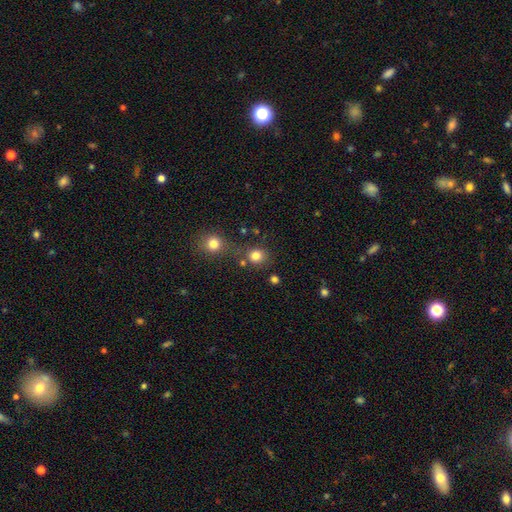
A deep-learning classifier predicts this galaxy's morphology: type=smooth (81%); roundness=round (82%); merging=none (66%).